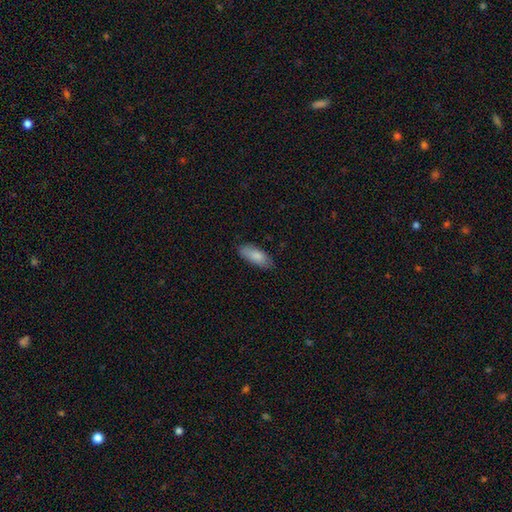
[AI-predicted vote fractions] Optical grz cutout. It shows a smooth galaxy with no disk features (86%) that is in between round and cigar-shaped (81%). Merging: none (81%).